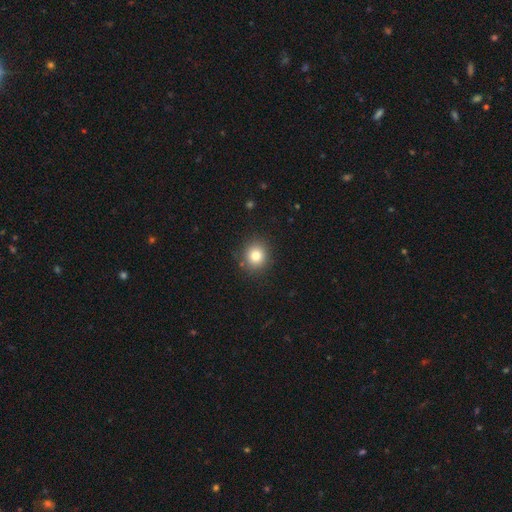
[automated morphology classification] Smooth or featured?
  - smooth: 81% *
  - star or artifact: 12%
  - featured or disk: 7%
How rounded?
  - round: 85% *
  - in between: 14%
  - cigar-shaped: 1%
Merging?
  - none: 88% *
  - minor disturbance: 8%
  - major disturbance: 2%
  - merger: 2%